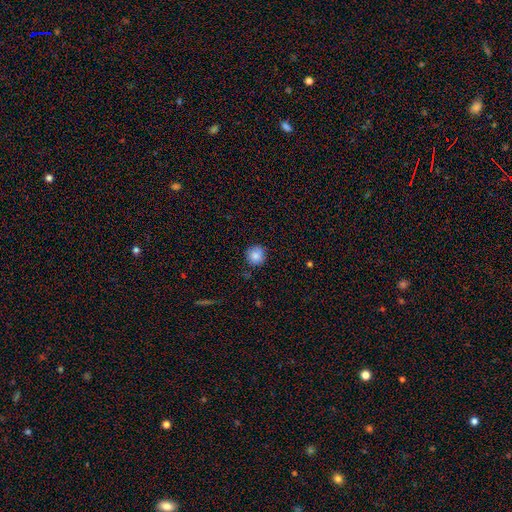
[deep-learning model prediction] Morphology: type=smooth (85%); roundness=round (91%); merging=none (83%).